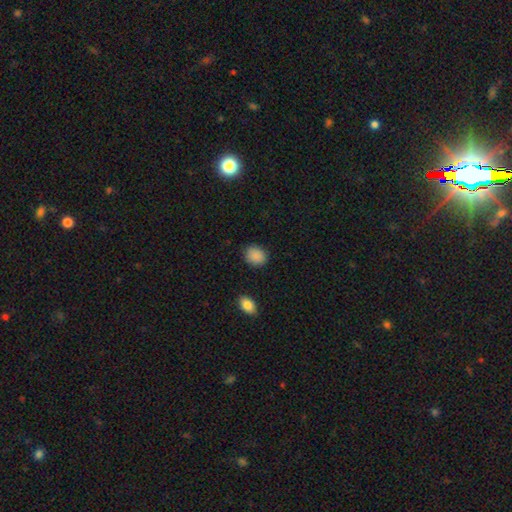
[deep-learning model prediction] This appears to be a smooth galaxy with no disk features (88%) that is round (67%). Merging: none (87%).